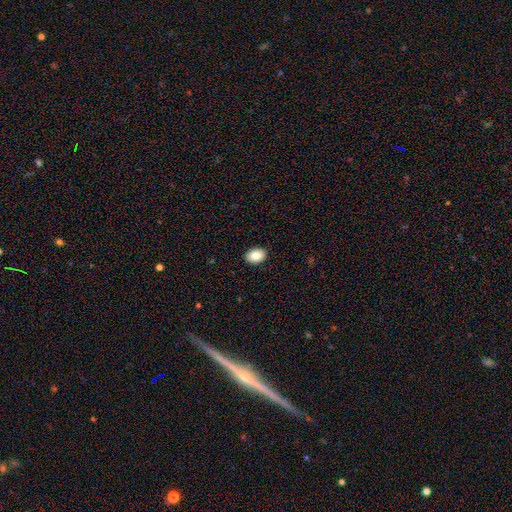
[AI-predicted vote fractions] Overall: smooth (85%). How rounded: in between (79%). Merging: none (90%).